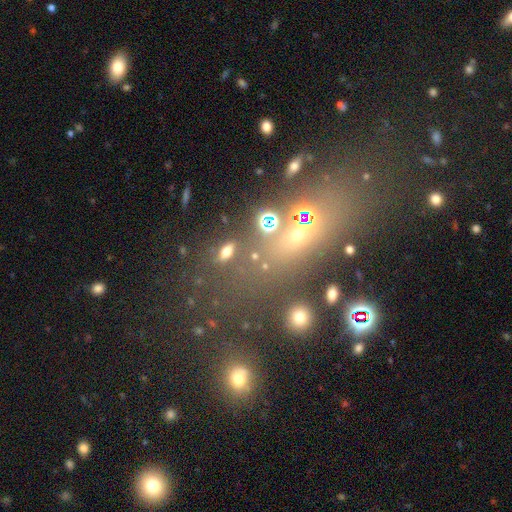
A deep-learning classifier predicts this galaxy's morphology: Smooth or featured? Predicted: star or artifact (p=0.40).